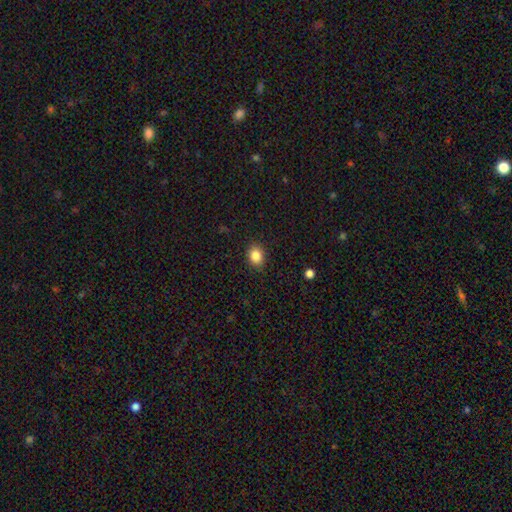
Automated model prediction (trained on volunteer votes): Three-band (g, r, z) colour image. It shows a smooth galaxy with no disk features (85%) that is round (51%). Merging: none (89%).